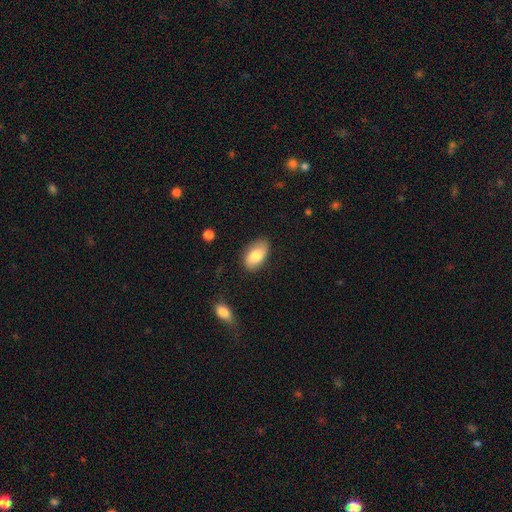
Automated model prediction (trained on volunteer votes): Morphology: type=smooth (82%); roundness=in between (94%); merging=none (81%).